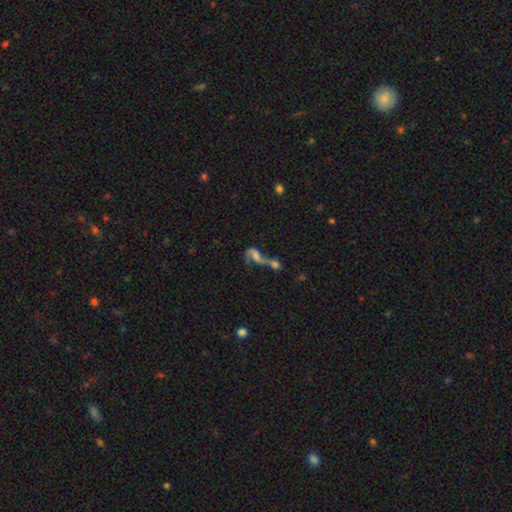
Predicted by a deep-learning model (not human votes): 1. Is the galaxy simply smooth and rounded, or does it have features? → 59% featured or disk, 28% smooth, 13% star or artifact.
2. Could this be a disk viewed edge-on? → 94% no, 6% yes.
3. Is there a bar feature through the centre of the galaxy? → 51% no, 35% weak, 14% strong.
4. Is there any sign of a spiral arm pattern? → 75% yes, 25% no.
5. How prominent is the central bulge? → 32% none, 30% small, 26% moderate, 9% large, 3% dominant.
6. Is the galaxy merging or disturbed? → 66% merger, 15% none, 12% major disturbance, 7% minor disturbance.